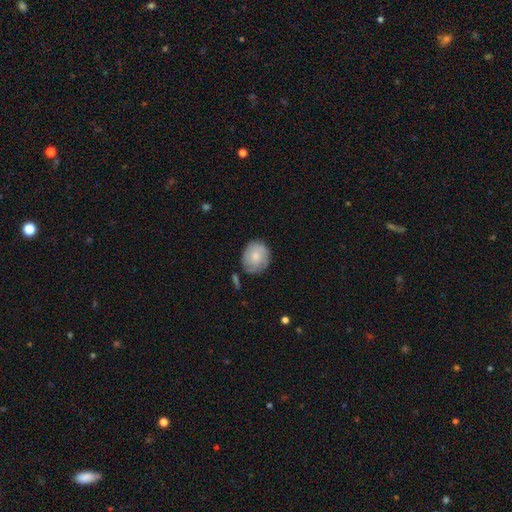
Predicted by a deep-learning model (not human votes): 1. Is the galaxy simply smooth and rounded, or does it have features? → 71% smooth, 23% featured or disk, 6% star or artifact.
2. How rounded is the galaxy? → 69% round, 30% in between, 1% cigar-shaped.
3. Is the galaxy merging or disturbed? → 74% none, 18% minor disturbance, 4% major disturbance, 4% merger.